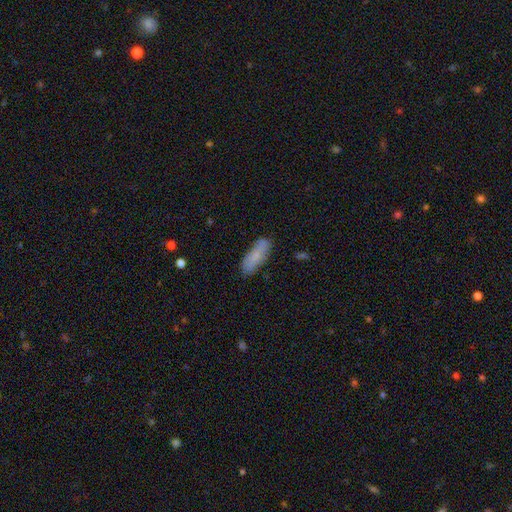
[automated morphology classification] Overall: smooth (73%). How rounded: in between (57%; cigar-shaped 40%). Merging: none (79%).